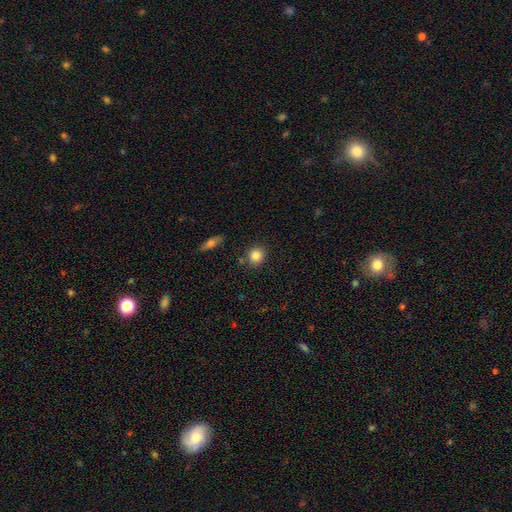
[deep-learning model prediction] Smooth or featured: smooth — 84% (star or artifact — 9%)
How rounded: round — 79% (in between — 19%)
Merging: none — 83% (minor disturbance — 9%)